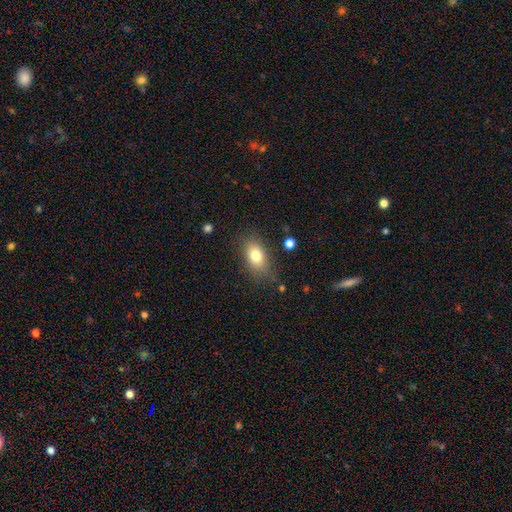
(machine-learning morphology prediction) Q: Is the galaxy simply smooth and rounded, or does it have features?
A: smooth — 79%.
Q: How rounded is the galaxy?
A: in between — 84%.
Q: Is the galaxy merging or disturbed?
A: none — 79%.